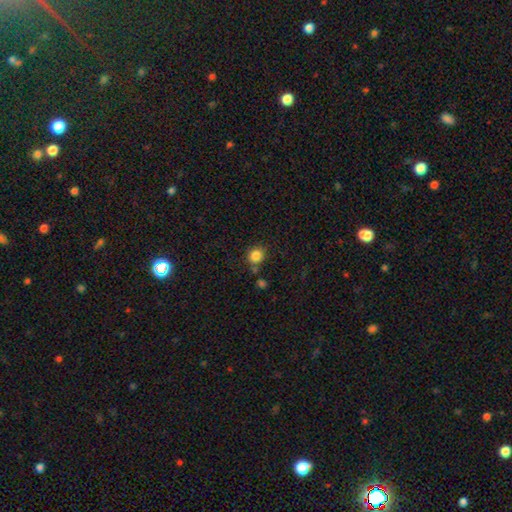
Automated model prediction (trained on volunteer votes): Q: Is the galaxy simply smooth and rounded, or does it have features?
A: smooth — 85%.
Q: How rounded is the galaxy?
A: round — 81%.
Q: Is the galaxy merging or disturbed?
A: none — 72%.